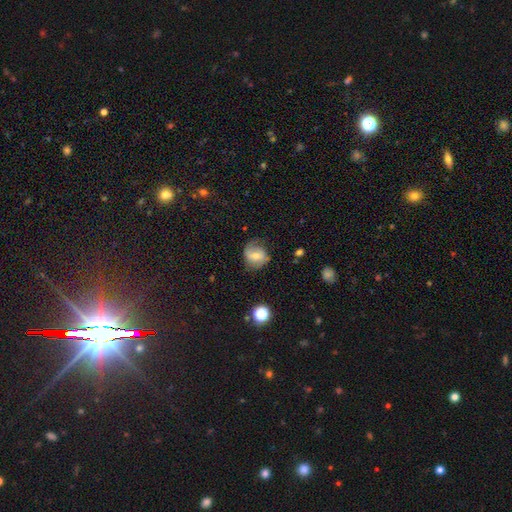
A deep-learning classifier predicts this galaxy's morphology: Smooth or featured?
  - featured or disk: 46% *
  - smooth: 44%
  - star or artifact: 10%
Merging?
  - none: 62% *
  - minor disturbance: 25%
  - major disturbance: 11%
  - merger: 2%